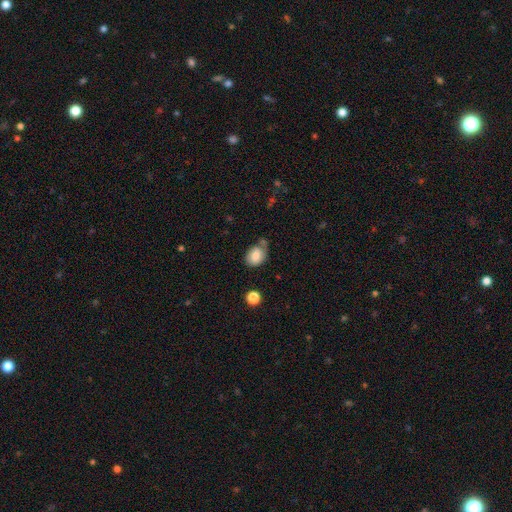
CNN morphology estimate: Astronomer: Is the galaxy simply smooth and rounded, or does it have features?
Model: smooth — 74%.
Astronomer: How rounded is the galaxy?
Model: in between — 71%.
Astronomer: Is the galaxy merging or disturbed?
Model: none — 48% (runner-up: minor disturbance, 29%).